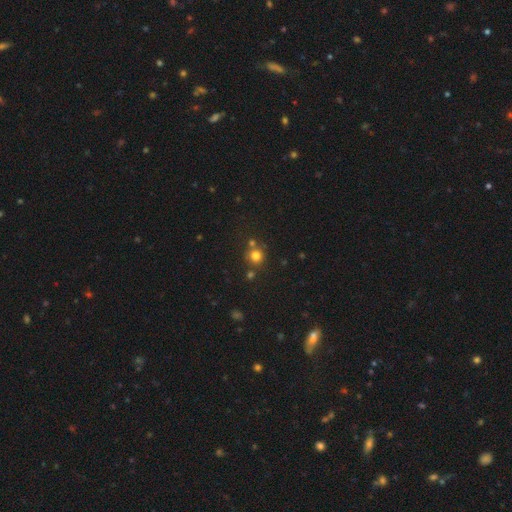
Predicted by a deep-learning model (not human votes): Smooth or featured?
  - smooth: 77% *
  - star or artifact: 16%
  - featured or disk: 7%
How rounded?
  - round: 91% *
  - in between: 8%
  - cigar-shaped: 1%
Merging?
  - none: 70% *
  - merger: 18%
  - minor disturbance: 9%
  - major disturbance: 3%